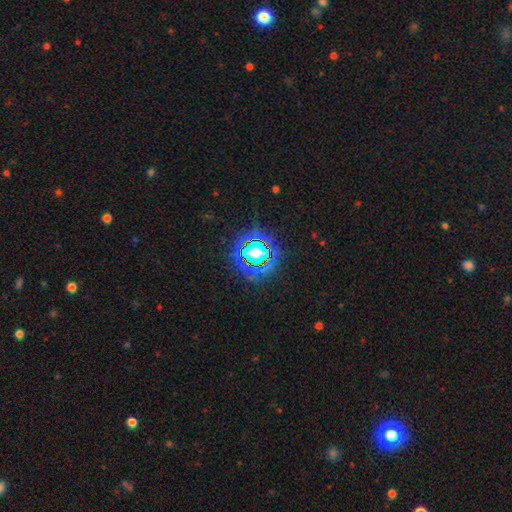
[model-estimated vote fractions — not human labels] Q: Smooth or featured?
A: star or artifact (79%); runner-up: smooth (12%)